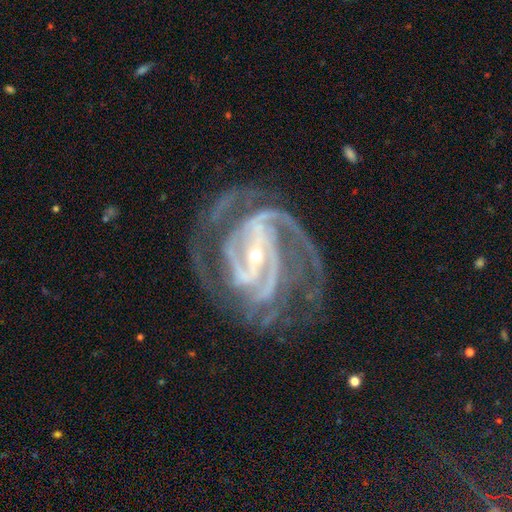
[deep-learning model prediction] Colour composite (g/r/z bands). It shows a featured or disk galaxy (93%) with a strong bar (62%), 3 (33%) medium (47%) spiral arms (98%) and a small central bulge (78%). Merging: none (65%).